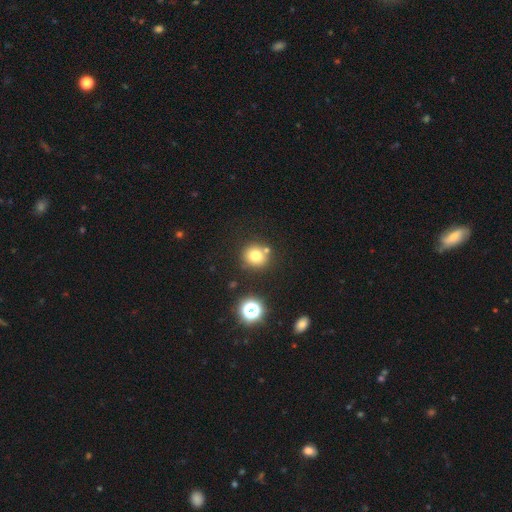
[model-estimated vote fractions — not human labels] Morphology: type=smooth (76%); roundness=round (89%); merging=none (75%).